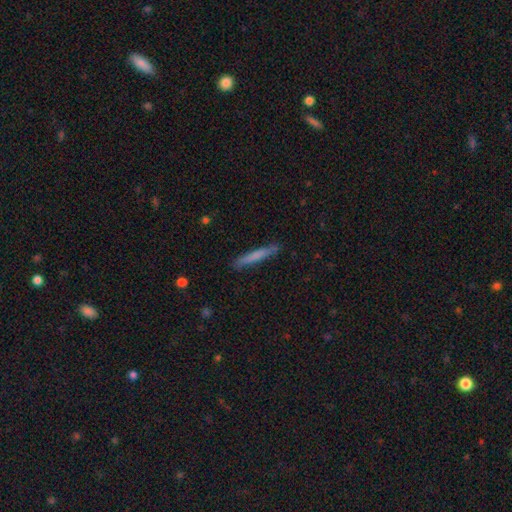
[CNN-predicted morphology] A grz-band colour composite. It shows a smooth galaxy with no disk features (68%) that is cigar-shaped (96%). Merging: none (87%).